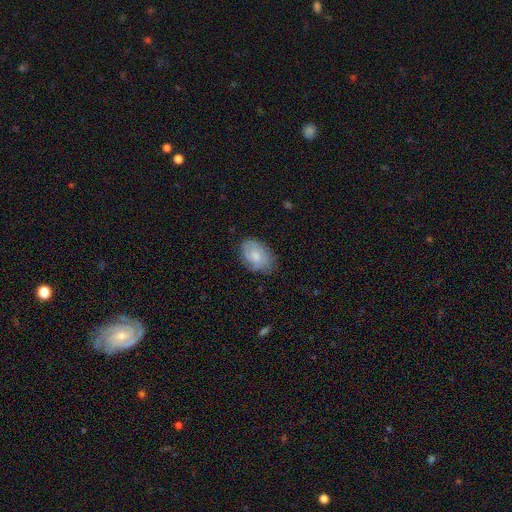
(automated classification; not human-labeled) Smooth or featured? Predicted: smooth (p=0.61). How rounded? Predicted: in between (p=0.86). Merging? Predicted: none (p=0.73).